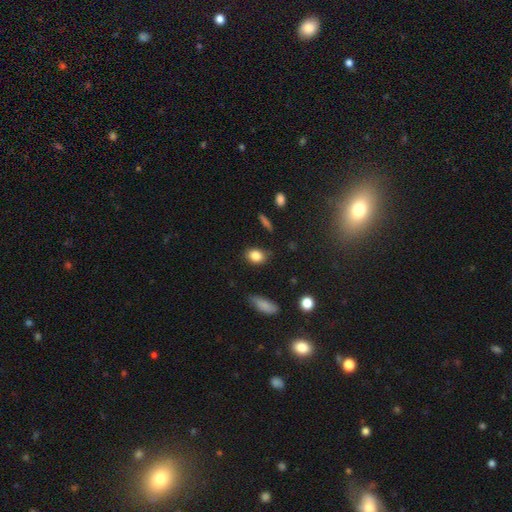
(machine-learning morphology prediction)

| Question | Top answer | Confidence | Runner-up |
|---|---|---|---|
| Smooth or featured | smooth | 85% | star or artifact (9%) |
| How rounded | in between | 66% | round (32%) |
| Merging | none | 79% | minor disturbance (16%) |